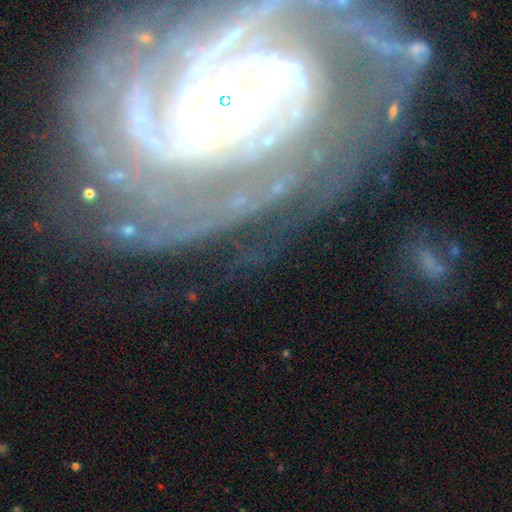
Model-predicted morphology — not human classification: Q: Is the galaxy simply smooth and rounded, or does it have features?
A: featured or disk — 89%.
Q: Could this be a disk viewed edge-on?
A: no — 97%.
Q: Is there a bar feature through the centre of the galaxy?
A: no — 60%.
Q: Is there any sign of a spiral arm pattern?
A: yes — 97%.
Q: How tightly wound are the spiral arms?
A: tight — 75%.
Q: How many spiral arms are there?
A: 2 — 28%.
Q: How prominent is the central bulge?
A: small — 60%.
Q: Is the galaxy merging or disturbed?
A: none — 70%.